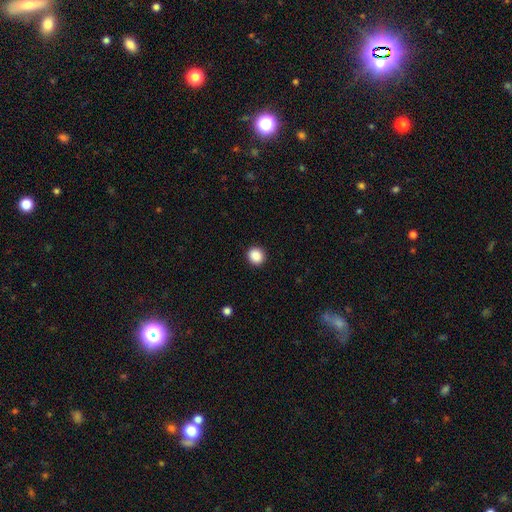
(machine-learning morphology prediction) The model was most divided on "how rounded": round: 87%, in between: 12%, cigar-shaped: 1%. More confident: merging — none (92%); smooth or featured — smooth (89%).